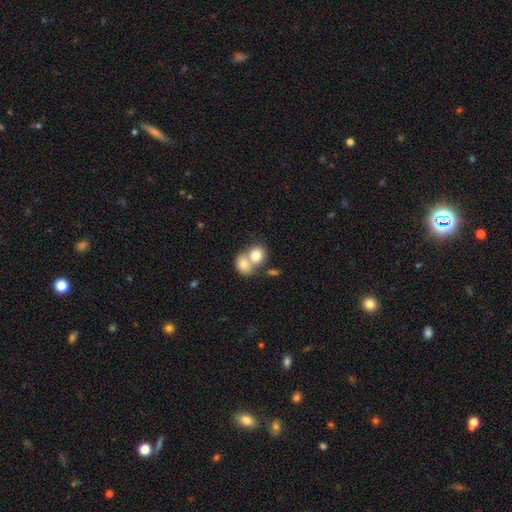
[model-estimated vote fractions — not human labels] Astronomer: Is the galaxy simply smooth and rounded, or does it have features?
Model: smooth — 79%.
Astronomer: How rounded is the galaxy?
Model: round — 64%.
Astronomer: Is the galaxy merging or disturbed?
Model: merger — 66%.